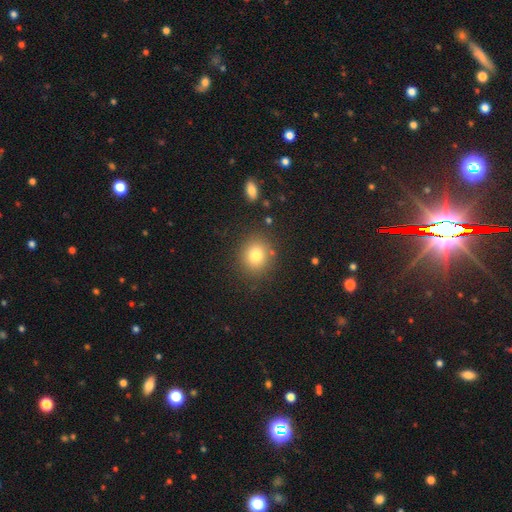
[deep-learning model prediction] Overall: smooth (79%). How rounded: round (77%). Merging: none (85%).